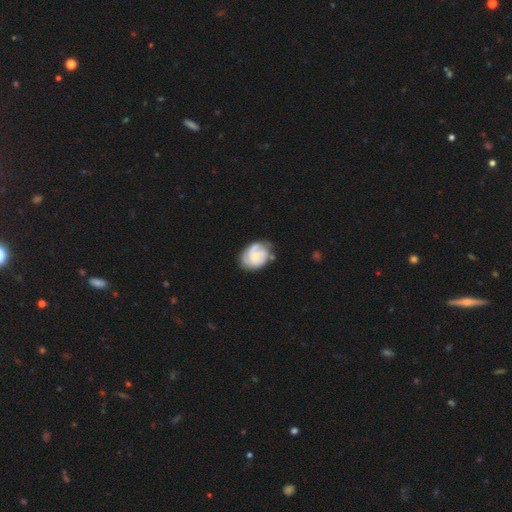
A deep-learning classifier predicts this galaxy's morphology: A featured or disk galaxy (62%) with no bar (74%), tight (57%) spiral arms (84%) and a small central bulge (56%).

Vote fractions:
- Smooth or featured? featured or disk: 62% / smooth: 32% / star or artifact: 6%
- Edge-on disk? no: 97% / yes: 3%
- Bar? no: 74% / weak: 22% / strong: 3%
- Spiral arms? yes: 84% / no: 16%
- Spiral winding? tight: 57% / medium: 32% / loose: 11%
- Spiral arm count? can't tell: 34% / 2: 33% / 3: 18% / 1: 7% / 4: 4% / more than 4: 3%
- Bulge size? small: 56% / moderate: 34% / none: 6% / large: 3% / dominant: 1%
- Merging? none: 61% / minor disturbance: 26% / major disturbance: 9% / merger: 4%